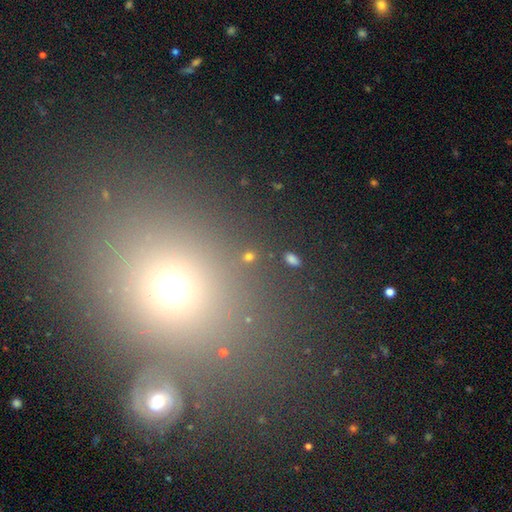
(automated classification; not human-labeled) Overall: smooth (57%; star or artifact 33%). How rounded: round (62%; in between 36%). Merging: none (73%).